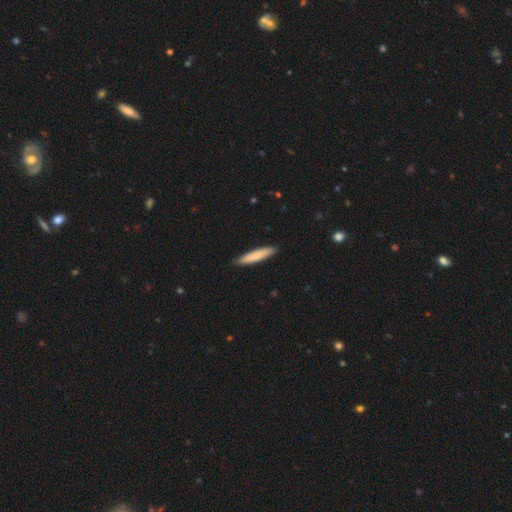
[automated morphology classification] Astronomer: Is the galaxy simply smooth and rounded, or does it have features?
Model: smooth — 80%.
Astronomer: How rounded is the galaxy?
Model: cigar-shaped — 88%.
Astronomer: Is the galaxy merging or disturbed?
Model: none — 88%.